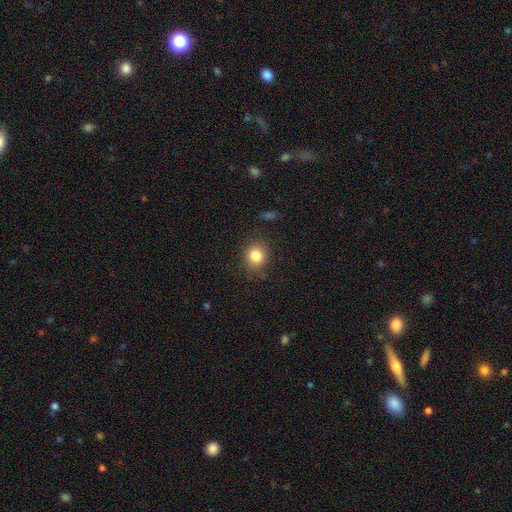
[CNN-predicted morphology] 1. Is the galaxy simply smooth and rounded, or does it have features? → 83% smooth, 11% star or artifact, 6% featured or disk.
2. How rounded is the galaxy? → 78% round, 21% in between, 1% cigar-shaped.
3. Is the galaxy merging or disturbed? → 84% none, 11% minor disturbance, 4% major disturbance, 1% merger.